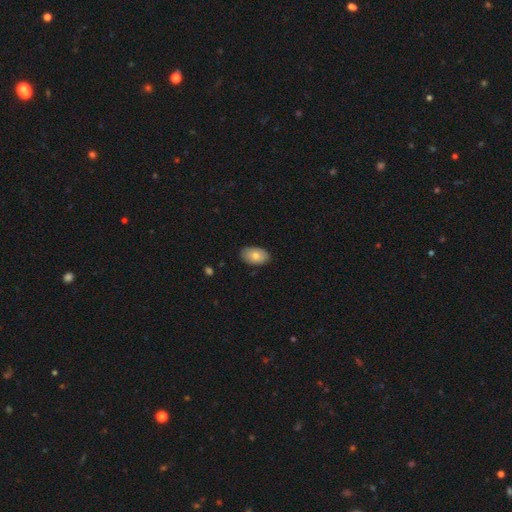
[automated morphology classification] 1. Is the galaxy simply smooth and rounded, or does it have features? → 78% smooth, 15% featured or disk, 7% star or artifact.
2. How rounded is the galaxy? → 91% in between, 7% round, 1% cigar-shaped.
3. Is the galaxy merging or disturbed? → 86% none, 11% minor disturbance, 2% major disturbance, 1% merger.